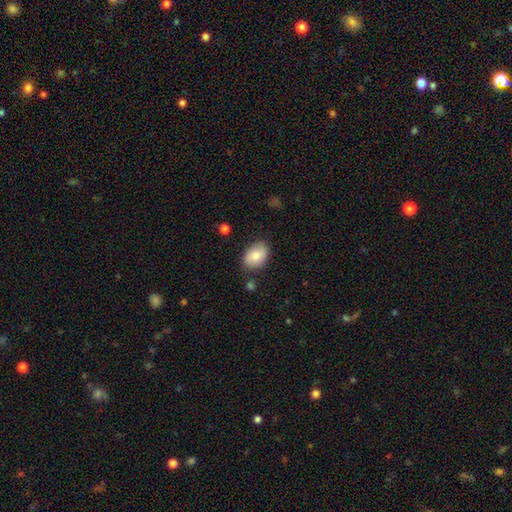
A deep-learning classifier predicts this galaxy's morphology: Smooth or featured: smooth — 79% (featured or disk — 14%)
How rounded: in between — 84% (round — 15%)
Merging: none — 82% (minor disturbance — 13%)